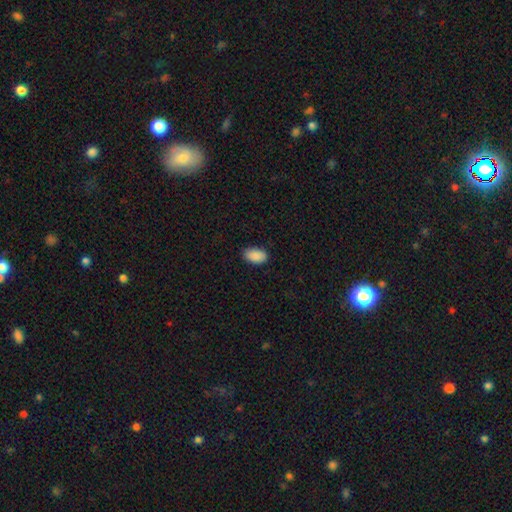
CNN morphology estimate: Smooth or featured? Predicted: smooth (p=0.90). How rounded? Predicted: in between (p=0.93). Merging? Predicted: none (p=0.86).